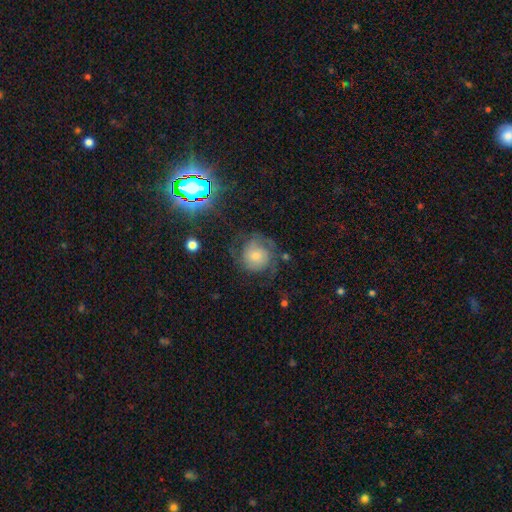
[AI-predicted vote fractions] Smooth or featured? featured or disk (60%)
Edge-on disk? no (98%)
Bar? no (75%)
Spiral arms? yes (86%)
Spiral winding? tight (42%)
Spiral arm count? 2 (45%)
Bulge size? small (46%)
Merging? none (57%)